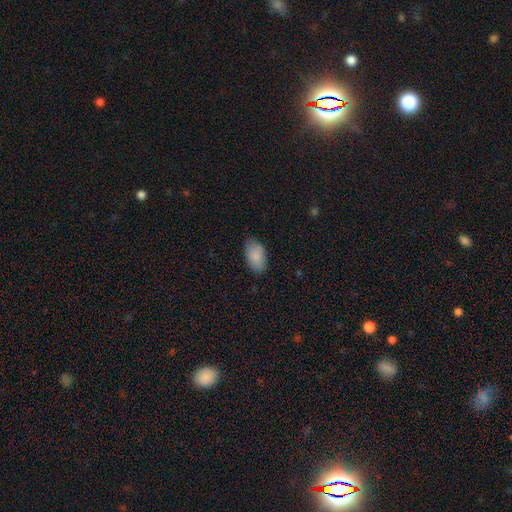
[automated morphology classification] A smooth galaxy with no disk features (88%) that is in between round and cigar-shaped (94%).

Vote fractions:
- Smooth or featured? smooth: 88% / featured or disk: 6% / star or artifact: 6%
- How rounded? in between: 94% / round: 5% / cigar-shaped: 2%
- Merging? none: 79% / minor disturbance: 17% / major disturbance: 3% / merger: 1%